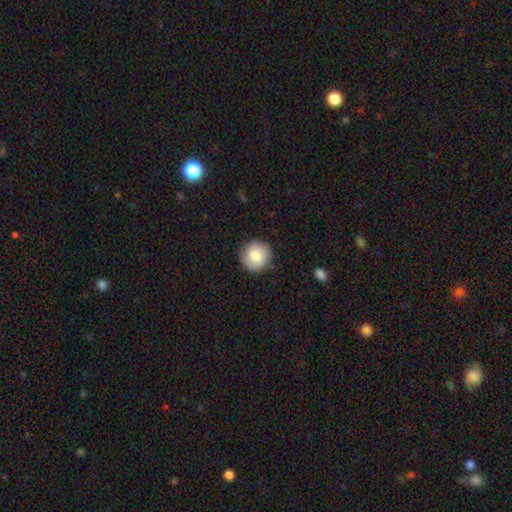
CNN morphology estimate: smooth-or-featured: smooth: 83% | featured or disk: 10% | star or artifact: 8%
  how-rounded: round: 94% | in between: 5% | cigar-shaped: 1%
  merging: none: 89% | minor disturbance: 8% | major disturbance: 2% | merger: 1%